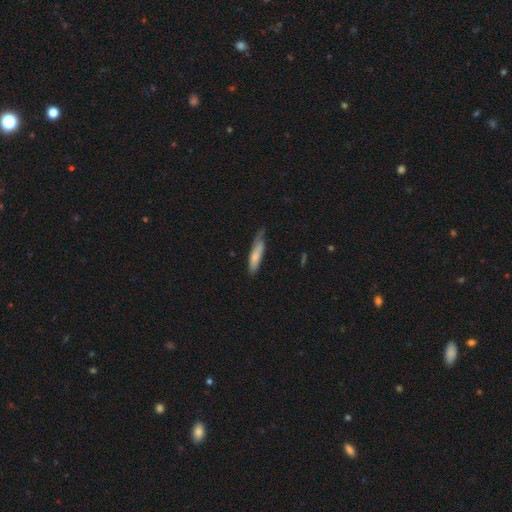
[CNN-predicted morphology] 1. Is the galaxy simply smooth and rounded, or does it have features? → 73% smooth, 21% featured or disk, 6% star or artifact.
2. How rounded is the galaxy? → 74% cigar-shaped, 24% in between, 2% round.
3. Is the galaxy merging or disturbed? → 54% none, 35% minor disturbance, 9% major disturbance, 2% merger.